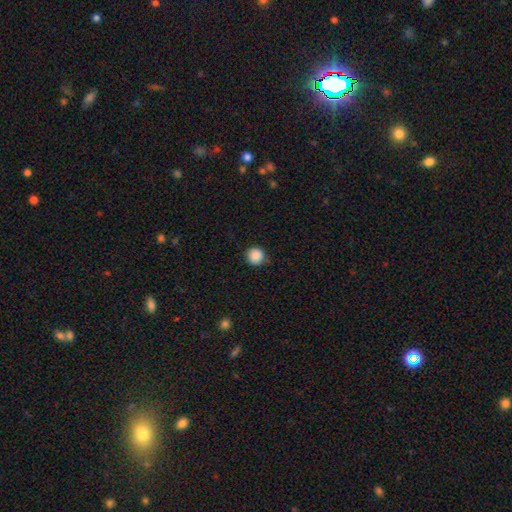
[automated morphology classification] A smooth galaxy with no disk features (88%) that is round (95%). Merging: none (86%).